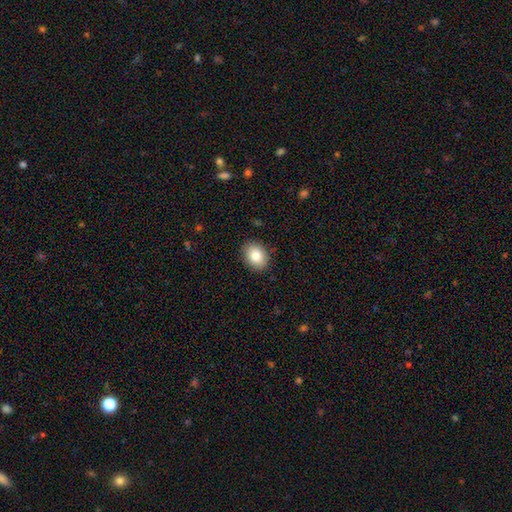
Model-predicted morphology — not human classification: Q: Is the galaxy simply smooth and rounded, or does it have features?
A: smooth — 84%.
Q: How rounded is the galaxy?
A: in between — 63%.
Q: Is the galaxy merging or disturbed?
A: none — 88%.